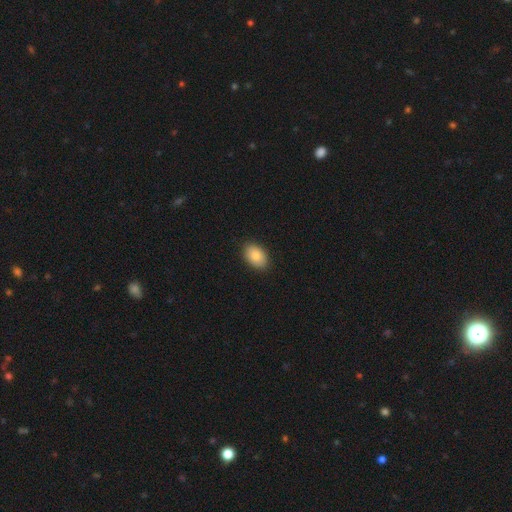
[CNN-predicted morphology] Smooth or featured? smooth (86%)
How rounded? in between (87%)
Merging? none (90%)